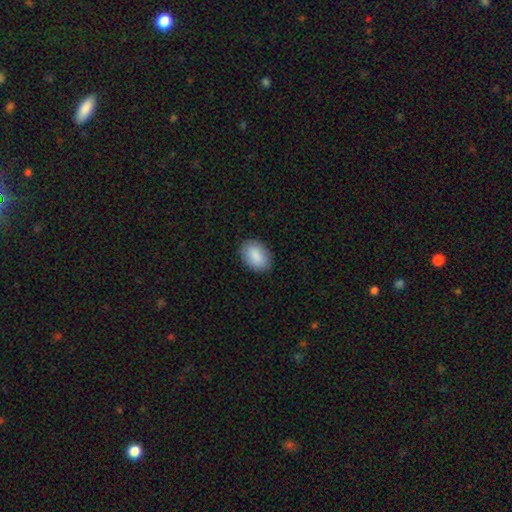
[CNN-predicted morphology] type=smooth (89%); roundness=in between (85%); merging=none (86%).